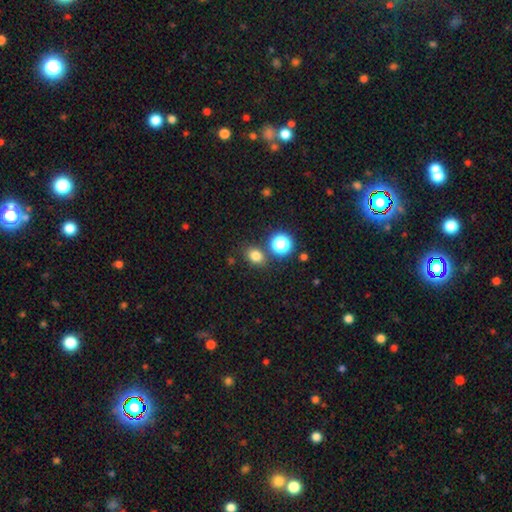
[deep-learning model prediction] A smooth galaxy with no disk features (77%) that is round (55%). Merging: none (78%).